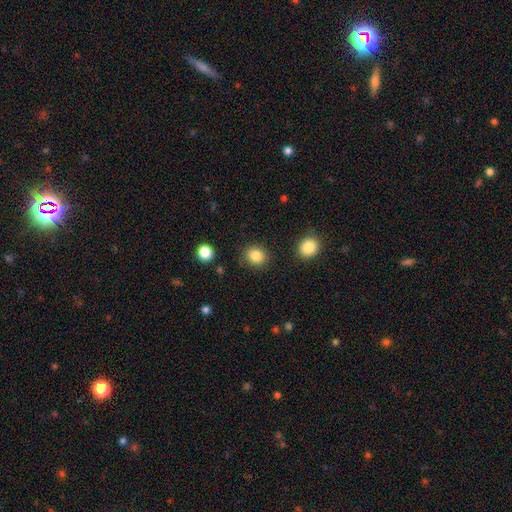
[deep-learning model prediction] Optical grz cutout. It shows a smooth galaxy with no disk features (85%) that is round (74%). Merging: none (87%).